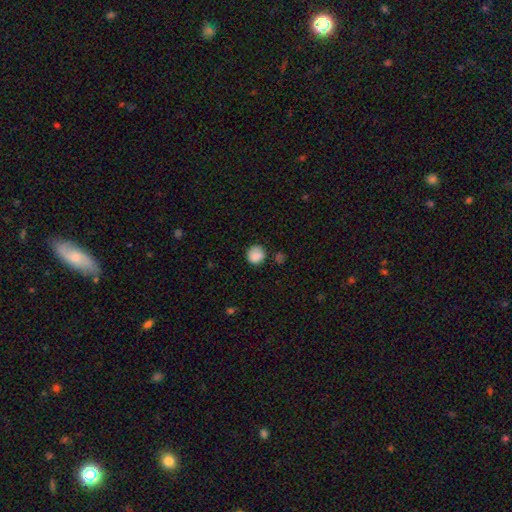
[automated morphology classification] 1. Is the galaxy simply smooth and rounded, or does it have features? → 87% smooth, 9% star or artifact, 4% featured or disk.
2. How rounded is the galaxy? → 87% round, 13% in between, 1% cigar-shaped.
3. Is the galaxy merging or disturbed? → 73% none, 19% minor disturbance, 4% major disturbance, 4% merger.